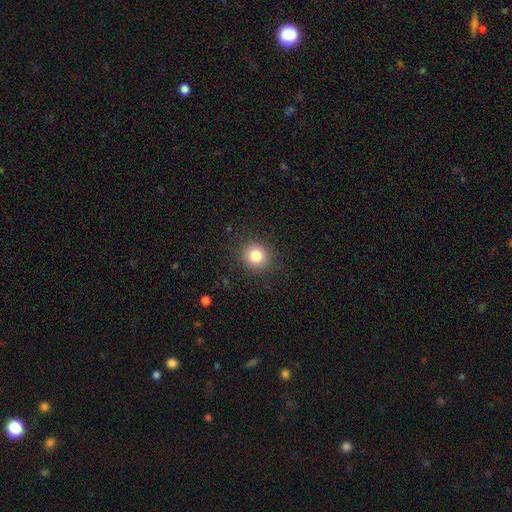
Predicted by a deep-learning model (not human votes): Morphology: type=smooth (82%); roundness=round (88%); merging=none (90%).